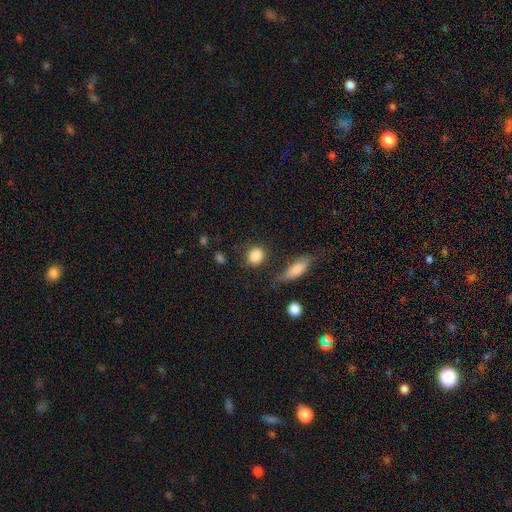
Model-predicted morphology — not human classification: Smooth or featured? smooth (86%)
How rounded? round (72%)
Merging? none (77%)